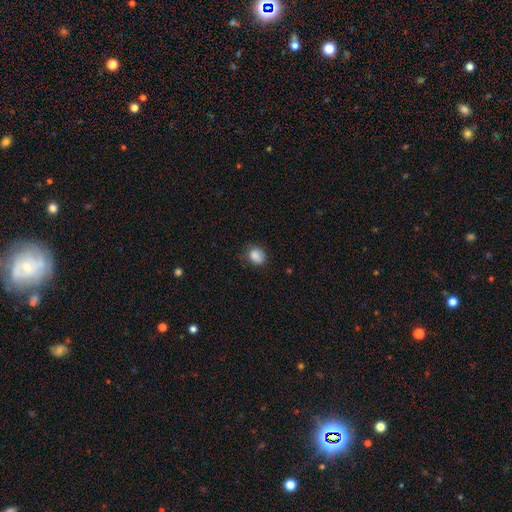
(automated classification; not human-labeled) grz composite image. It shows a smooth galaxy with no disk features (85%) that is in between round and cigar-shaped (51%). Merging: none (66%).